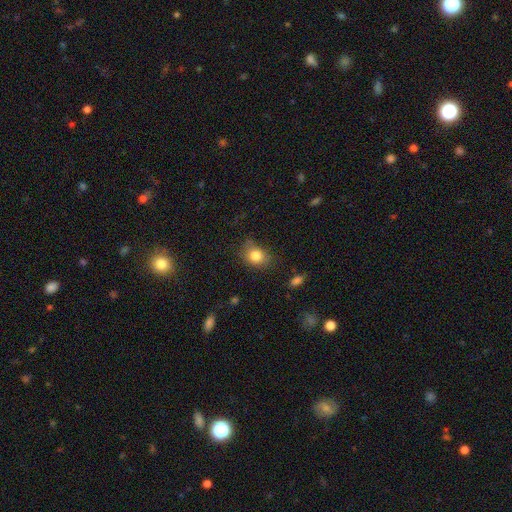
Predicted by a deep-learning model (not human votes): Q: Smooth or featured?
A: smooth (82%); runner-up: star or artifact (10%)
Q: How rounded?
A: round (50%); runner-up: in between (49%)
Q: Merging?
A: none (65%); runner-up: minor disturbance (25%)